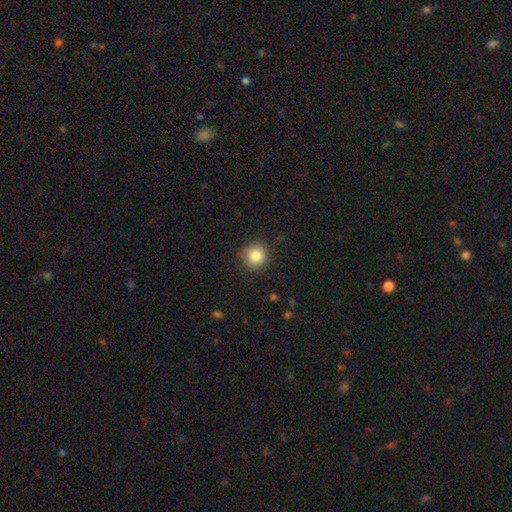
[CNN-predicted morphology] smooth_or_featured: smooth (p=0.83) [alt: star or artifact p=0.11]
how_rounded: round (p=0.92) [alt: in between p=0.07]
merging: none (p=0.87) [alt: minor disturbance p=0.09]